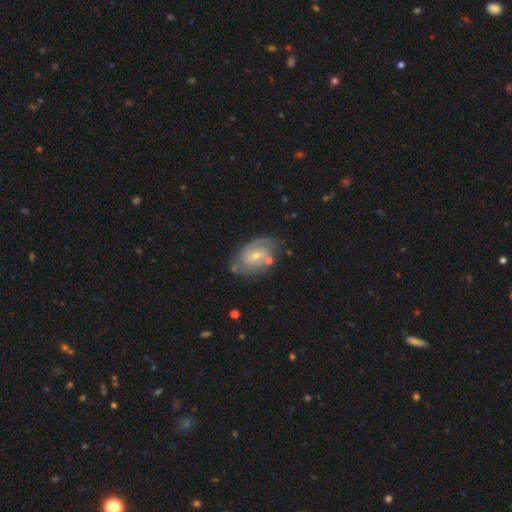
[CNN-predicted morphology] This is likely a featured or disk galaxy (75%). It is clearly not viewed edge-on (96%). Bar: possibly no (49%). Spiral arm pattern: clearly yes (89%). Spiral arm count: possibly 2 (57%). Spiral winding: possibly tight (50%). Central bulge: possibly small (59%). Merging: likely none (64%).